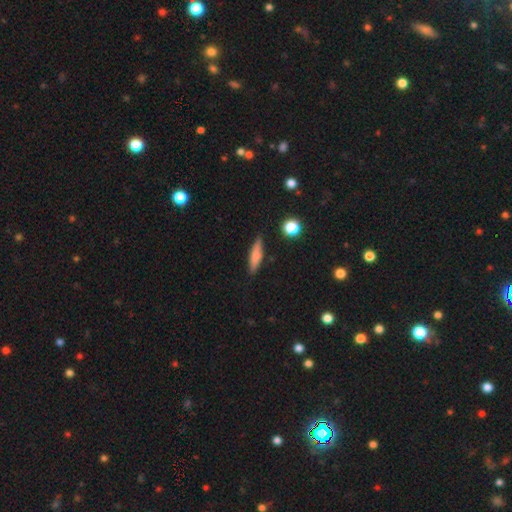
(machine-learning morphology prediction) smooth-or-featured: smooth: 72% | featured or disk: 20% | star or artifact: 8%
  how-rounded: cigar-shaped: 73% | in between: 24% | round: 3%
  merging: none: 83% | minor disturbance: 12% | major disturbance: 3% | merger: 2%